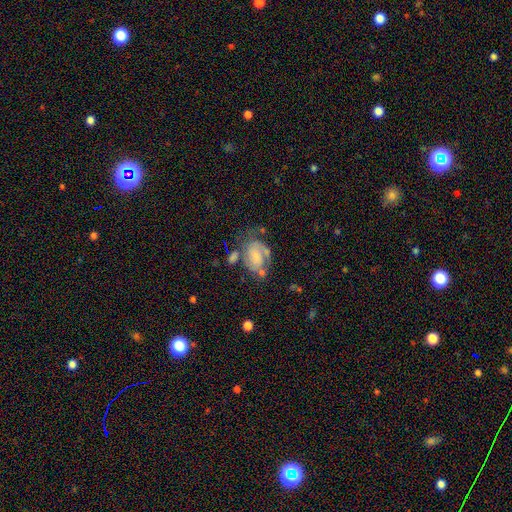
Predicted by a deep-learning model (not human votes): A featured or disk galaxy (63%) with no bar (57%), 2 (59%) tight (43%) spiral arms (84%) and a small central bulge (49%).

Vote fractions:
- Smooth or featured? featured or disk: 63% / smooth: 29% / star or artifact: 8%
- Edge-on disk? no: 97% / yes: 3%
- Bar? no: 57% / weak: 35% / strong: 8%
- Spiral arms? yes: 84% / no: 16%
- Spiral winding? tight: 43% / medium: 41% / loose: 16%
- Spiral arm count? 2: 59% / can't tell: 18% / 1: 16% / 3: 4% / 4: 1% / more than 4: 1%
- Bulge size? small: 49% / moderate: 23% / none: 21% / large: 5% / dominant: 2%
- Merging? none: 43% / minor disturbance: 25% / major disturbance: 20% / merger: 12%